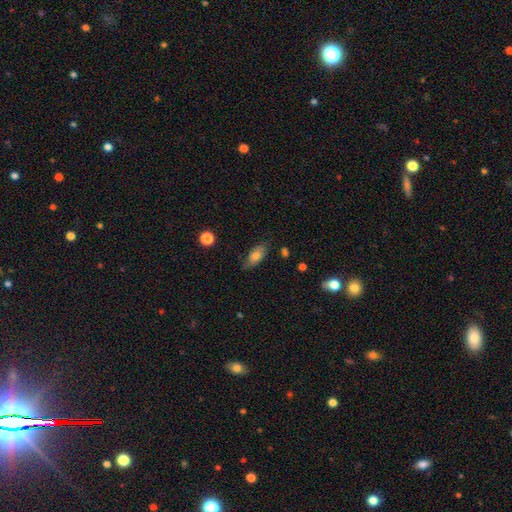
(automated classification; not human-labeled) A smooth galaxy with no disk features (74%) that is in between round and cigar-shaped (86%).

Vote fractions:
- Smooth or featured? smooth: 74% / featured or disk: 18% / star or artifact: 8%
- How rounded? in between: 86% / cigar-shaped: 10% / round: 4%
- Merging? none: 73% / minor disturbance: 21% / major disturbance: 5% / merger: 2%